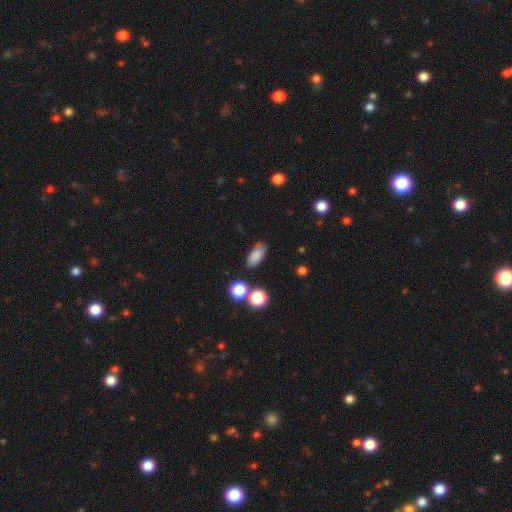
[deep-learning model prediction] Q: Smooth or featured?
A: smooth (81%); runner-up: star or artifact (10%)
Q: How rounded?
A: in between (88%); runner-up: cigar-shaped (6%)
Q: Merging?
A: none (74%); runner-up: minor disturbance (16%)